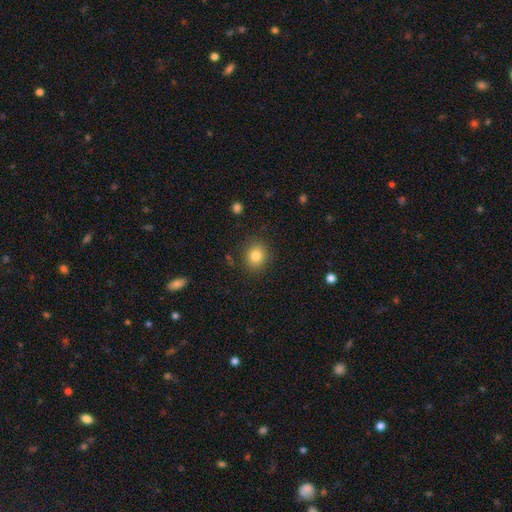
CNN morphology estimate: This is clearly a smooth galaxy (82%). How rounded: likely round (73%). Merging: clearly none (87%).